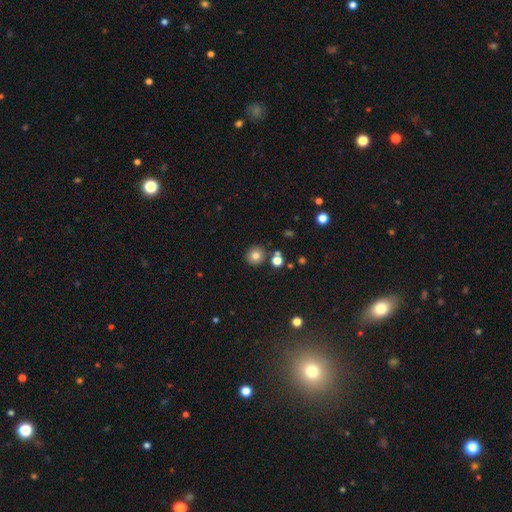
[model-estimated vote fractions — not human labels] This appears to be a smooth galaxy with no disk features (79%) that is round (92%). Merging: none (83%).